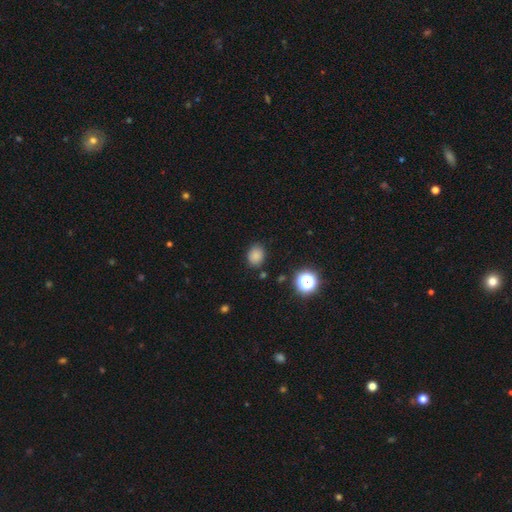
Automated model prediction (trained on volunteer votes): Overall: smooth (82%). How rounded: round (54%; in between 46%). Merging: none (83%).